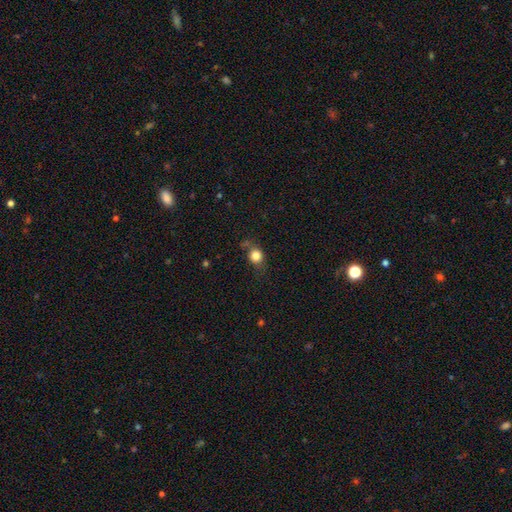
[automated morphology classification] Smooth or featured? smooth (81%)
How rounded? round (73%)
Merging? none (60%)